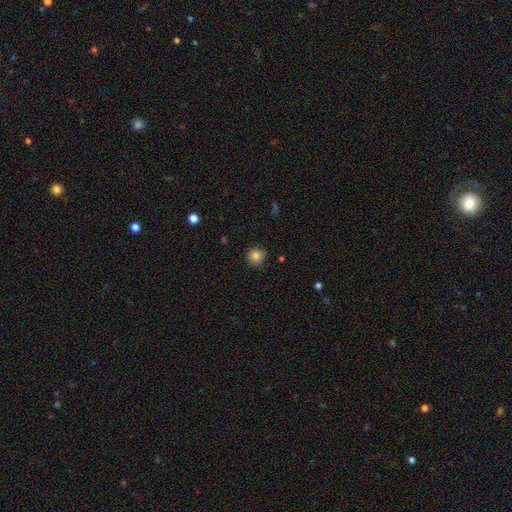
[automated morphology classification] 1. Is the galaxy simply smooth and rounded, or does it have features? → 84% smooth, 11% star or artifact, 5% featured or disk.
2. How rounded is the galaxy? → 93% round, 6% in between, 1% cigar-shaped.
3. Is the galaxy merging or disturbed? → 85% none, 11% minor disturbance, 2% major disturbance, 1% merger.